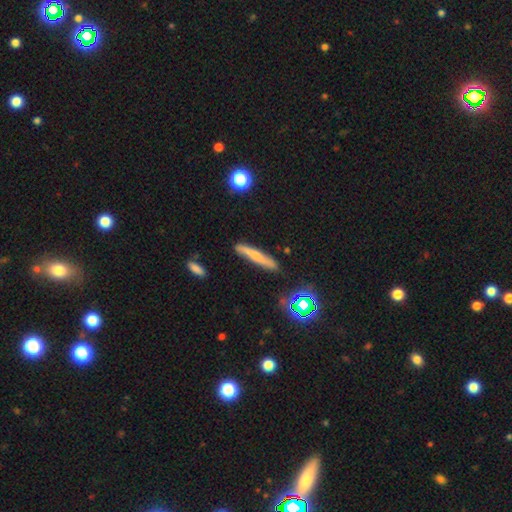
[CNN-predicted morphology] Smooth or featured? smooth (56%)
How rounded? cigar-shaped (91%)
Merging? none (81%)